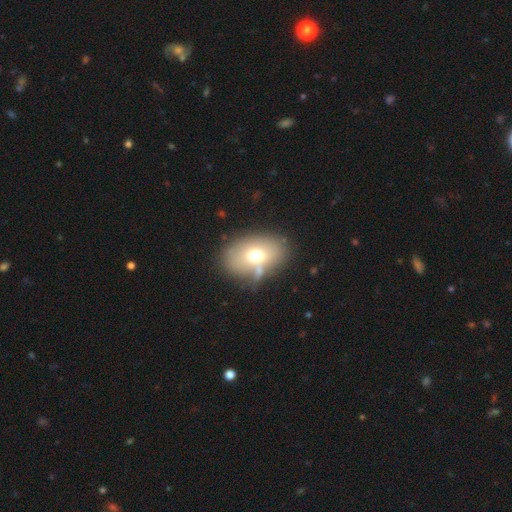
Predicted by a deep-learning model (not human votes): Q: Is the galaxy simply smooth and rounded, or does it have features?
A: smooth — 64%.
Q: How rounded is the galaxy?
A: in between — 77%.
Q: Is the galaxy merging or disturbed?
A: none — 60%.